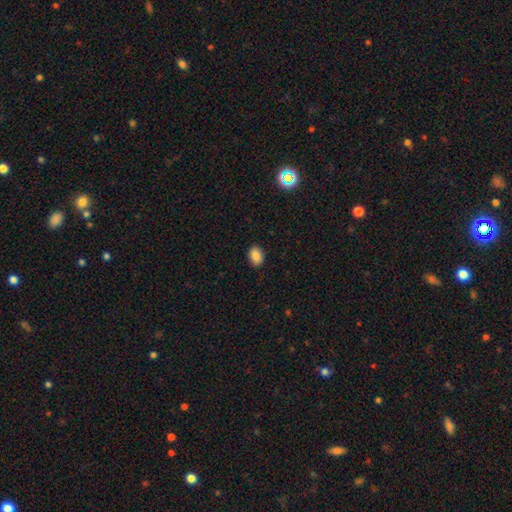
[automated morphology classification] A smooth galaxy with no disk features (86%) that is in between round and cigar-shaped (77%).

Vote fractions:
- Smooth or featured? smooth: 86% / star or artifact: 9% / featured or disk: 6%
- How rounded? in between: 77% / round: 22% / cigar-shaped: 1%
- Merging? none: 88% / minor disturbance: 9% / major disturbance: 2% / merger: 1%